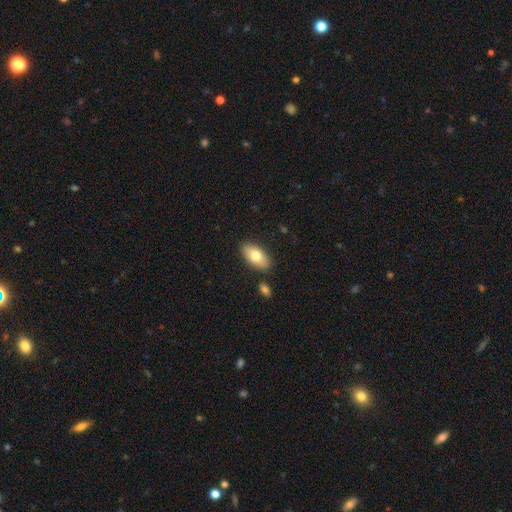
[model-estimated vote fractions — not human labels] A smooth galaxy with no disk features (77%) that is in between round and cigar-shaped (92%). Merging: none (84%).